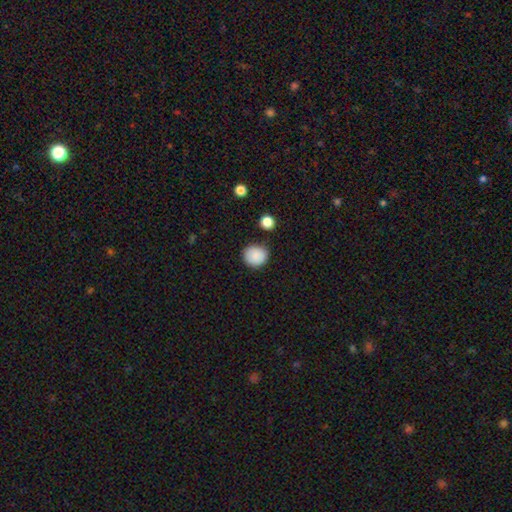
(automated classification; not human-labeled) Smooth or featured? smooth (88%)
How rounded? round (85%)
Merging? none (84%)